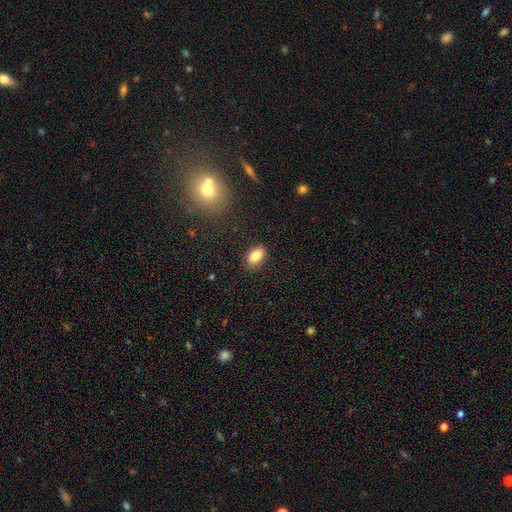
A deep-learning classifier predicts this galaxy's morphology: The model was most divided on "smooth or featured": smooth: 84%, star or artifact: 9%, featured or disk: 8%. More confident: how rounded — in between (88%); merging — none (87%).